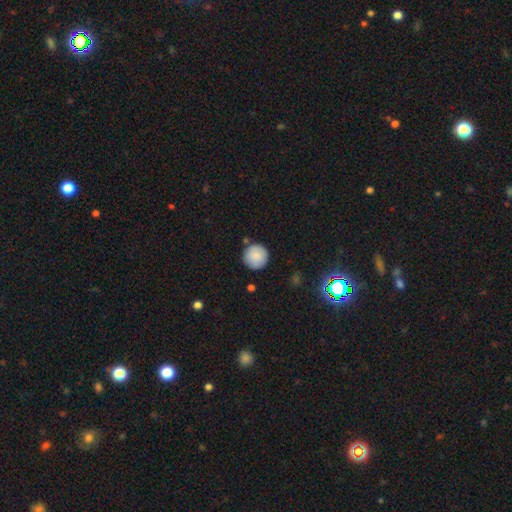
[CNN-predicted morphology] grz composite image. It shows a smooth galaxy with no disk features (87%) that is round (96%). Merging: none (87%).